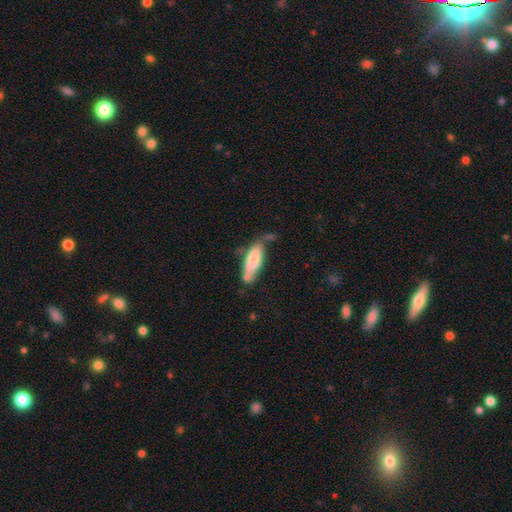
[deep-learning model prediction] smooth-or-featured: smooth: 55% | featured or disk: 34% | star or artifact: 11%
  how-rounded: in between: 60% | cigar-shaped: 37% | round: 3%
  merging: none: 51% | minor disturbance: 29% | major disturbance: 14% | merger: 6%